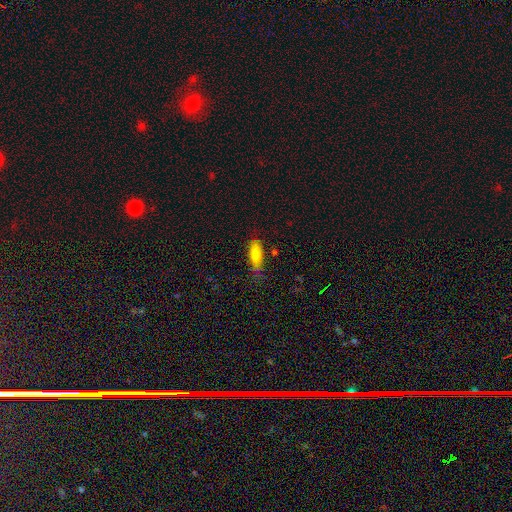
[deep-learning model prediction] A smooth galaxy with no disk features (85%) that is in between round and cigar-shaped (65%). Merging: none (61%).